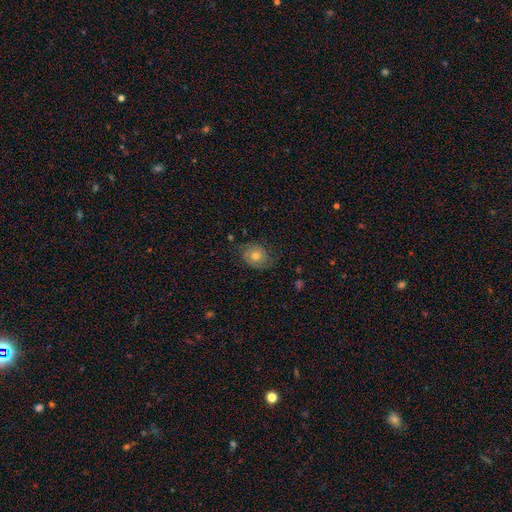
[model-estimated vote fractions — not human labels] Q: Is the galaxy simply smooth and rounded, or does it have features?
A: featured or disk — 56%.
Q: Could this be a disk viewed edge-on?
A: no — 96%.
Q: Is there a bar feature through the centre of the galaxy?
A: no — 83%.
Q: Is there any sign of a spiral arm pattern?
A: yes — 81%.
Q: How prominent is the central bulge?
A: moderate — 69%.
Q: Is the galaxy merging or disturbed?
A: none — 73%.